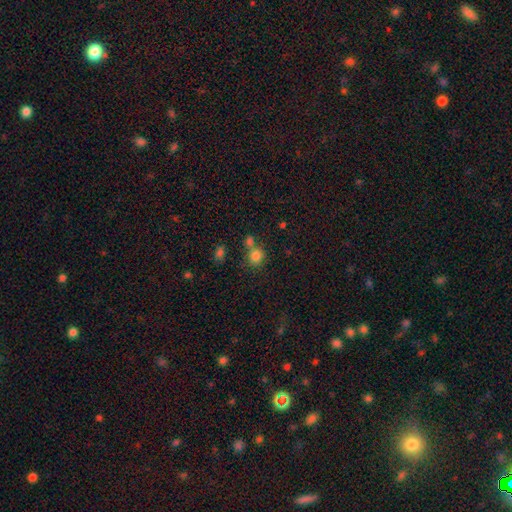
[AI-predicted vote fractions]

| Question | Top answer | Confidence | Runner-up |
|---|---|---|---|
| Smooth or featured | smooth | 81% | star or artifact (12%) |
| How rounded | round | 82% | in between (17%) |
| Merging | none | 57% | merger (29%) |